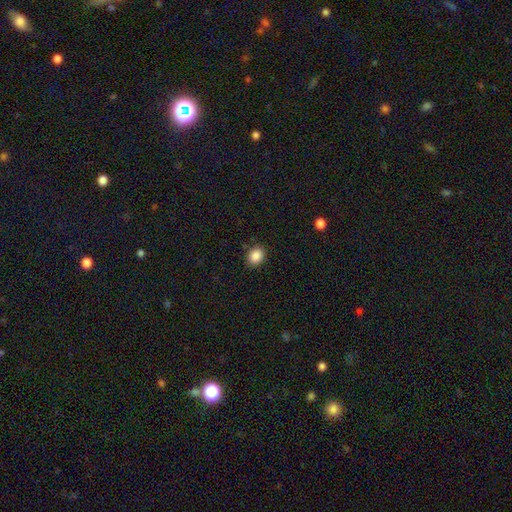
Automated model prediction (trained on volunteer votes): Smooth or featured?
  - smooth: 87% *
  - star or artifact: 9%
  - featured or disk: 3%
How rounded?
  - in between: 53% *
  - round: 47%
  - cigar-shaped: 1%
Merging?
  - none: 87% *
  - minor disturbance: 9%
  - major disturbance: 2%
  - merger: 1%